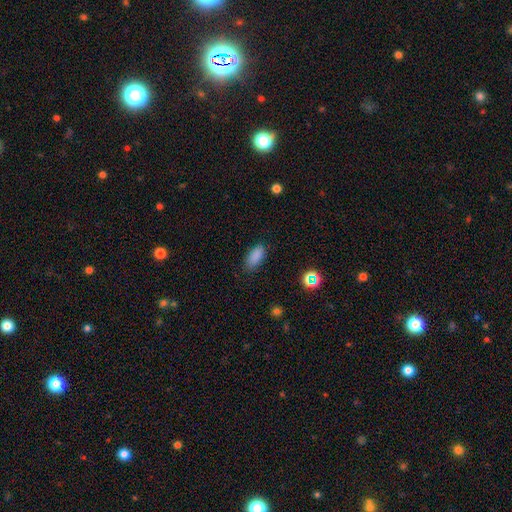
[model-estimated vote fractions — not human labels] This appears to be a smooth galaxy with no disk features (85%) that is in between round and cigar-shaped (87%). Merging: none (81%).